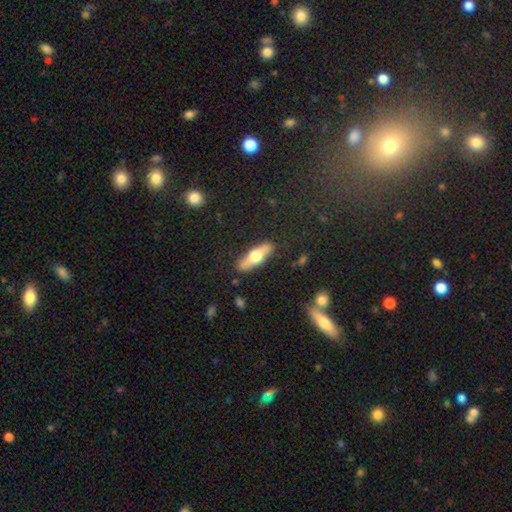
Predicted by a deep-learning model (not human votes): This appears to be a featured or disk galaxy (48%). Merging: none (85%).